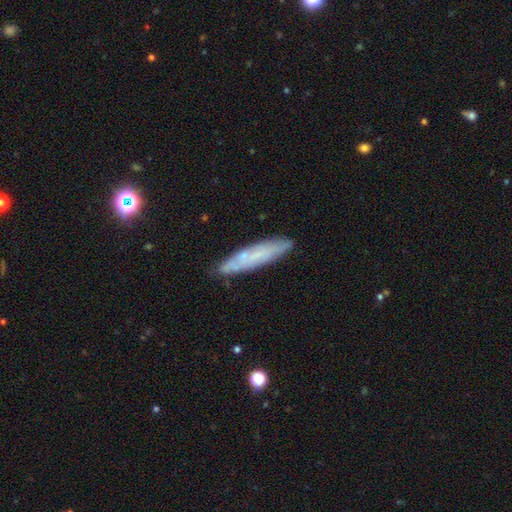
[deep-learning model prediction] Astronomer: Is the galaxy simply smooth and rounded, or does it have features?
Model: smooth — 49% (runner-up: featured or disk, 42%).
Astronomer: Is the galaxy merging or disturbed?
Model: none — 83%.